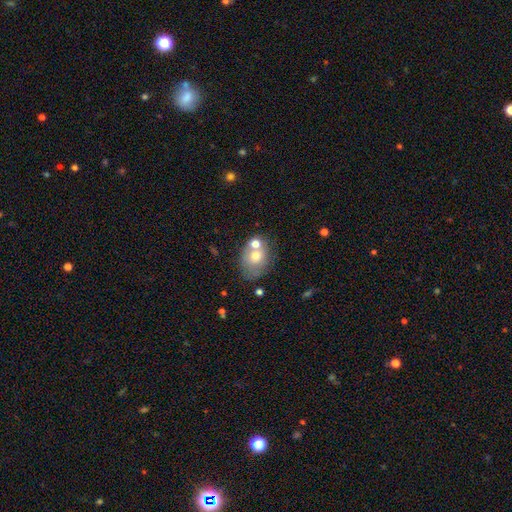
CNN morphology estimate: Smooth or featured? Predicted: smooth (p=0.64). How rounded? Predicted: in between (p=0.60). Merging? Predicted: none (p=0.45).